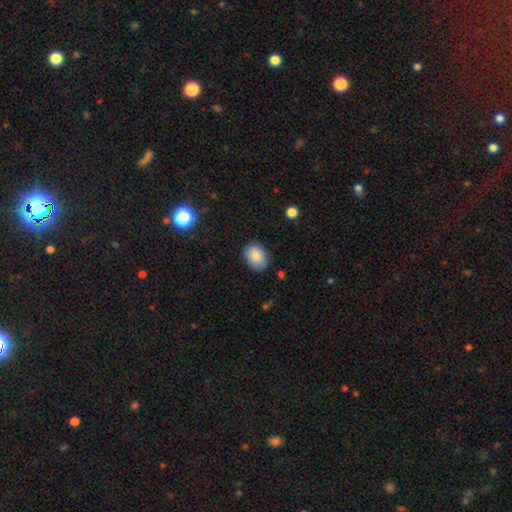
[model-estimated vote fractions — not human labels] This appears to be a smooth galaxy with no disk features (85%) that is in between round and cigar-shaped (76%). Merging: none (82%).